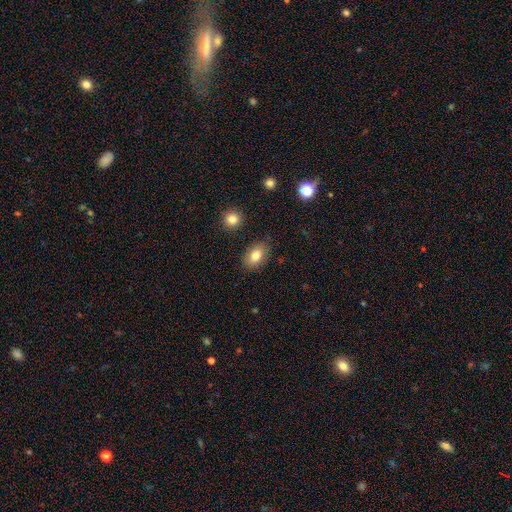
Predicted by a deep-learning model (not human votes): Morphology: type=smooth (81%); roundness=in between (83%); merging=none (84%).